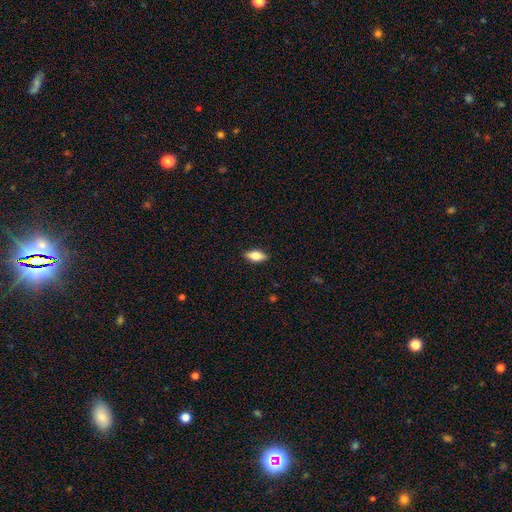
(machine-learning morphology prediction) Smooth or featured?
  - smooth: 74% *
  - featured or disk: 19%
  - star or artifact: 7%
How rounded?
  - in between: 84% *
  - cigar-shaped: 13%
  - round: 3%
Merging?
  - none: 88% *
  - minor disturbance: 9%
  - major disturbance: 2%
  - merger: 1%